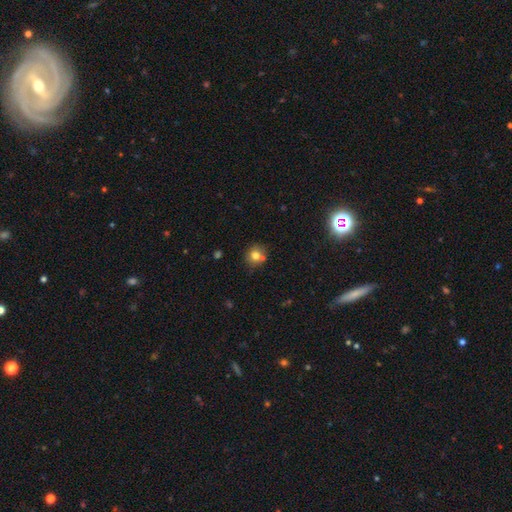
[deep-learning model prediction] A smooth galaxy with no disk features (76%) that is round (86%). Merging: none (71%).